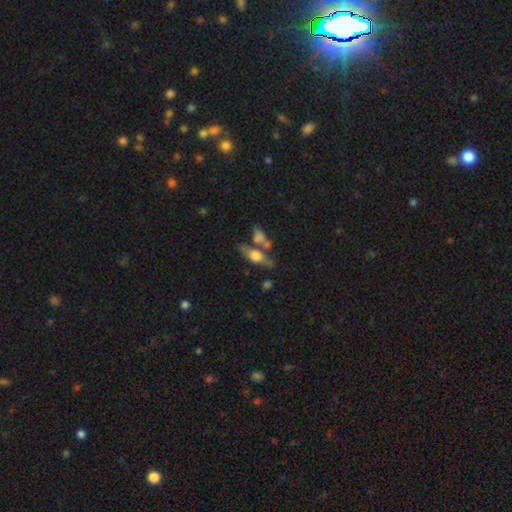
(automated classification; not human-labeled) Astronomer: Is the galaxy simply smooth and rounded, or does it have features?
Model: featured or disk — 50% (runner-up: smooth, 42%).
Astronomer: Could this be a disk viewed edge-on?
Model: yes — 80%.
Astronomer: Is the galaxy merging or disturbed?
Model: none — 57%.